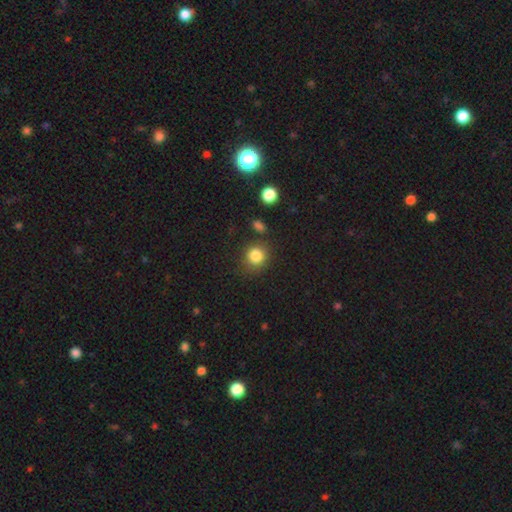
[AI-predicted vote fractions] smooth 84%, star or artifact 11%, featured or disk 5%. Down the decision tree: how rounded — round (84%); merging — none (78%).